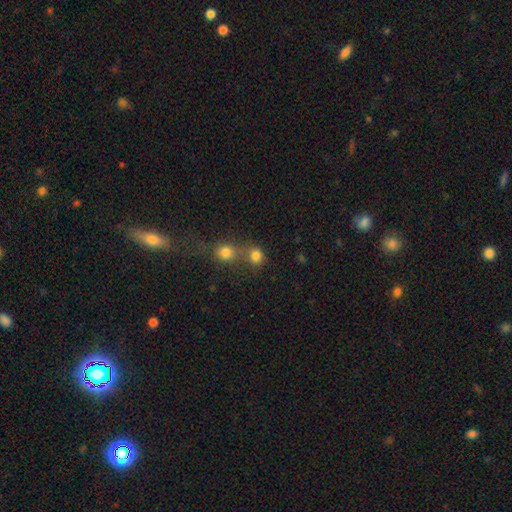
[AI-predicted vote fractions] smooth-or-featured: smooth: 80% | star or artifact: 13% | featured or disk: 7%
  how-rounded: round: 83% | in between: 15% | cigar-shaped: 1%
  merging: none: 45% | merger: 43% | minor disturbance: 7% | major disturbance: 5%